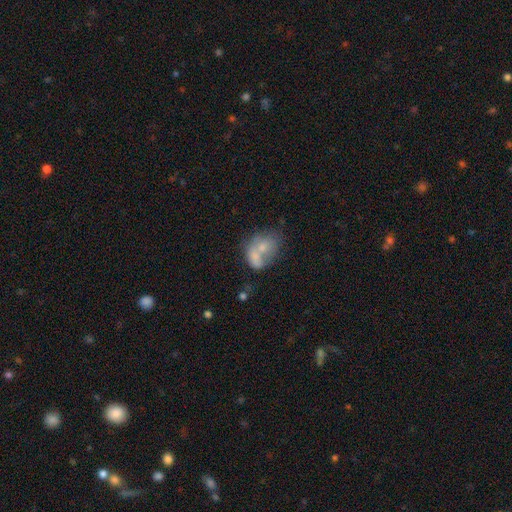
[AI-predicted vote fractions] Smooth or featured? Predicted: smooth (p=0.61). How rounded? Predicted: in between (p=0.64). Merging? Predicted: merger (p=0.55).